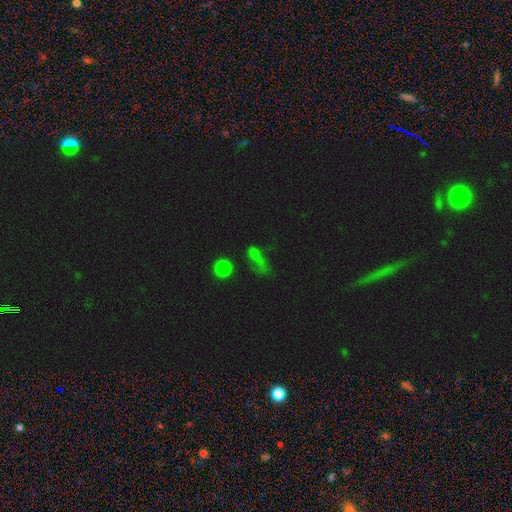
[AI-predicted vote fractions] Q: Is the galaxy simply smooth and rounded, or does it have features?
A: smooth — 56%.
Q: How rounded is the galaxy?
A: in between — 50%.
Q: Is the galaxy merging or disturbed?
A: none — 46%.